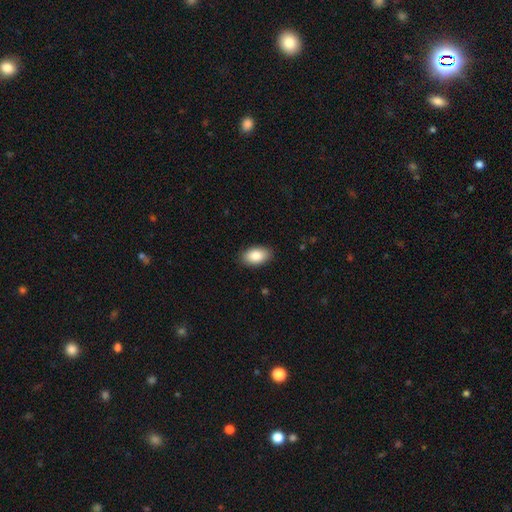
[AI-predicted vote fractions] smooth-or-featured: smooth: 87% | star or artifact: 7% | featured or disk: 6%
  how-rounded: in between: 93% | round: 5% | cigar-shaped: 1%
  merging: none: 88% | minor disturbance: 9% | major disturbance: 2% | merger: 1%